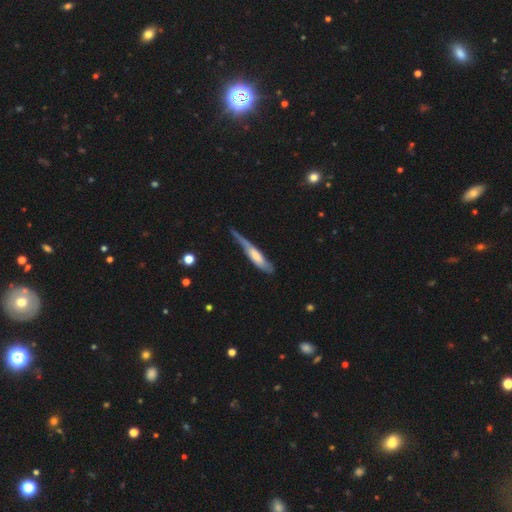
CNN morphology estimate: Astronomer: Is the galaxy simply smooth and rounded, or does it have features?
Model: smooth — 53% (runner-up: featured or disk, 41%).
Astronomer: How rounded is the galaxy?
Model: cigar-shaped — 82%.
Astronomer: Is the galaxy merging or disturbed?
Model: minor disturbance — 38% (runner-up: none, 34%).